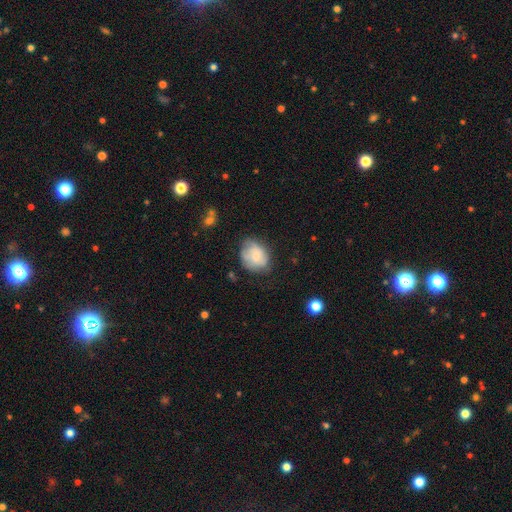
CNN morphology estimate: smooth-or-featured: smooth: 63% | featured or disk: 29% | star or artifact: 8%
  how-rounded: round: 51% | in between: 48% | cigar-shaped: 1%
  merging: none: 55% | minor disturbance: 32% | major disturbance: 11% | merger: 2%